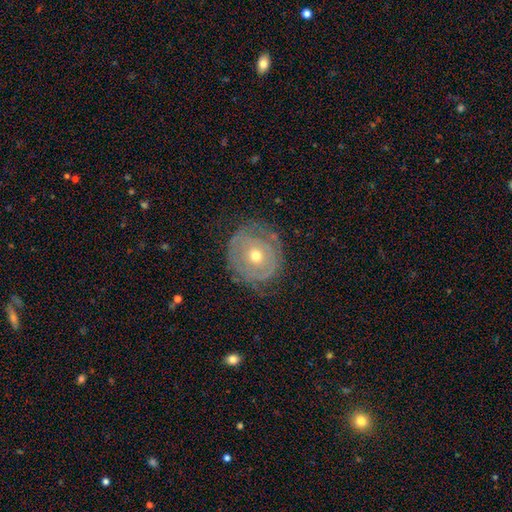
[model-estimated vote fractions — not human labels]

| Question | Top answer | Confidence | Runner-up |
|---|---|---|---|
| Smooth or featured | featured or disk | 66% | smooth (26%) |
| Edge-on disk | no | 96% | yes (4%) |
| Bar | no | 85% | weak (11%) |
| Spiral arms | yes | 54% | no (46%) |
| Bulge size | moderate | 60% | small (36%) |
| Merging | none | 75% | minor disturbance (17%) |